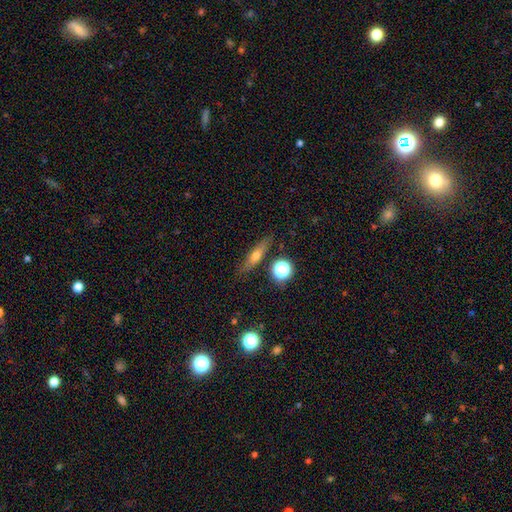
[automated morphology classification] Smooth or featured? Predicted: smooth (p=0.54). How rounded? Predicted: cigar-shaped (p=0.61). Merging? Predicted: none (p=0.80).